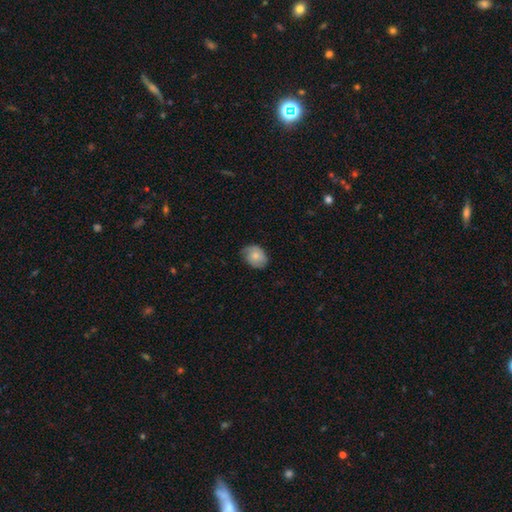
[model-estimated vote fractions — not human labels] A smooth galaxy with no disk features (65%) that is in between round and cigar-shaped (59%).

Vote fractions:
- Smooth or featured? smooth: 65% / featured or disk: 28% / star or artifact: 7%
- How rounded? in between: 59% / round: 40% / cigar-shaped: 1%
- Merging? none: 68% / minor disturbance: 26% / major disturbance: 5% / merger: 1%